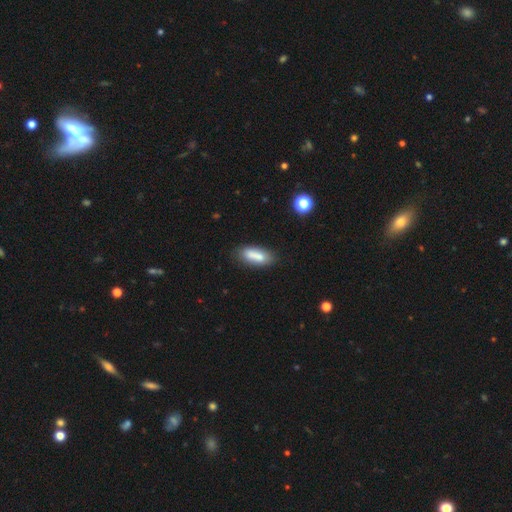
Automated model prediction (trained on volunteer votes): A smooth galaxy with no disk features (80%) that is in between round and cigar-shaped (69%). Merging: none (71%).